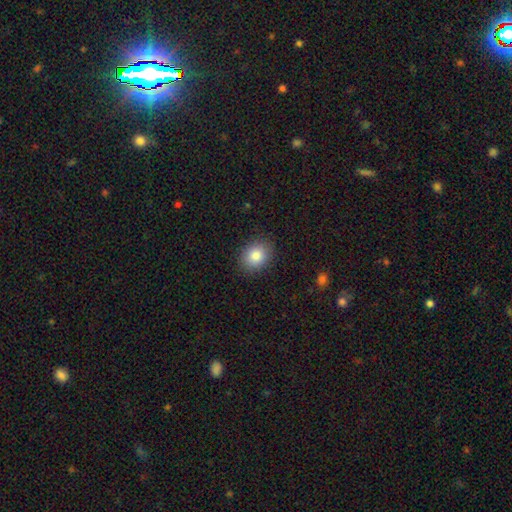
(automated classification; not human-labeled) Overall: smooth (85%). How rounded: round (52%; in between 47%). Merging: none (88%).